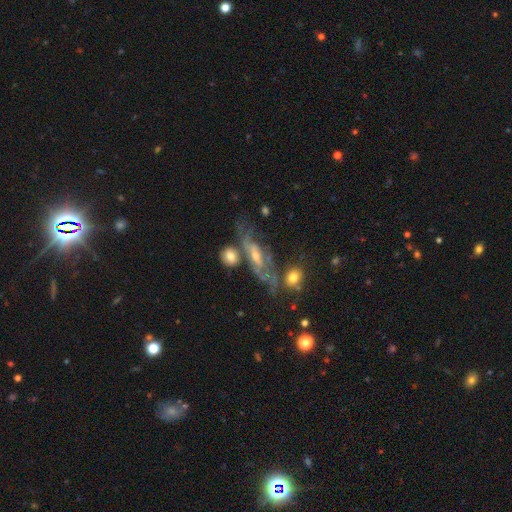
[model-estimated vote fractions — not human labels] Smooth or featured? featured or disk (71%)
Edge-on disk? no (70%)
Merging? none (45%)